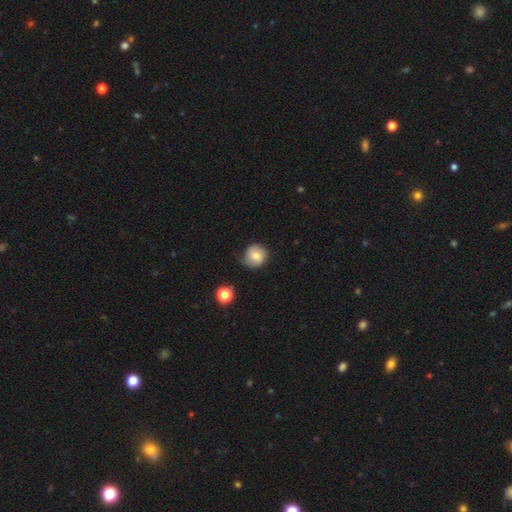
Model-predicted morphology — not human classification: Smooth or featured? smooth (69%)
How rounded? round (86%)
Merging? none (58%)